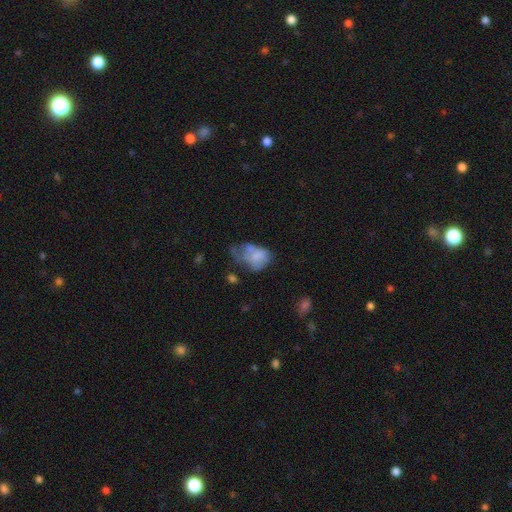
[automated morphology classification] Smooth or featured?
  - smooth: 59% *
  - featured or disk: 30%
  - star or artifact: 11%
How rounded?
  - in between: 76% *
  - round: 22%
  - cigar-shaped: 1%
Merging?
  - major disturbance: 38% *
  - minor disturbance: 27%
  - none: 20%
  - merger: 14%